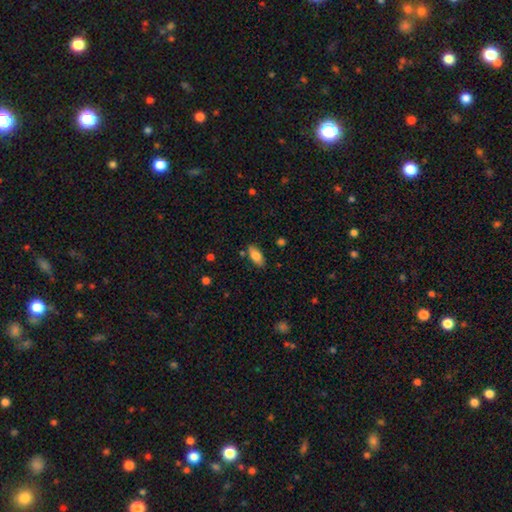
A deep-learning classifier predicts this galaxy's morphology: type=smooth (80%); roundness=in between (89%); merging=none (81%).